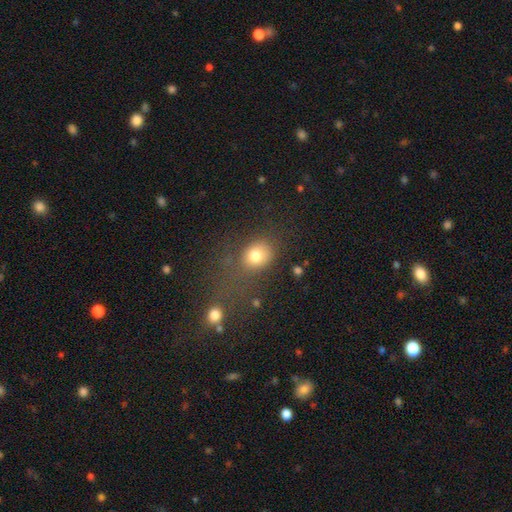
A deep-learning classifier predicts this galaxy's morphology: Q: Smooth or featured?
A: smooth (78%); runner-up: star or artifact (12%)
Q: How rounded?
A: round (57%); runner-up: in between (41%)
Q: Merging?
A: none (53%); runner-up: major disturbance (17%)